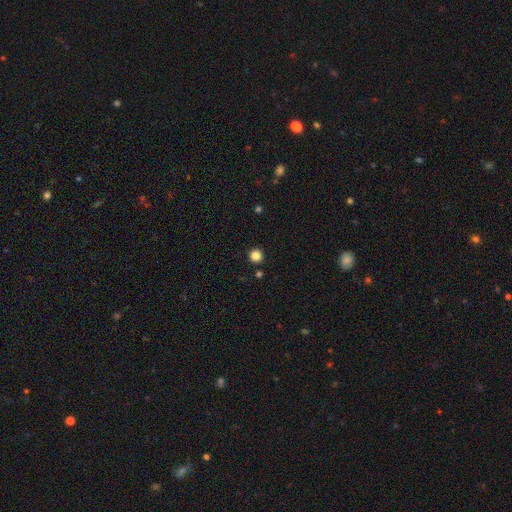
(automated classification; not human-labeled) Smooth or featured? smooth (84%)
How rounded? round (96%)
Merging? none (92%)